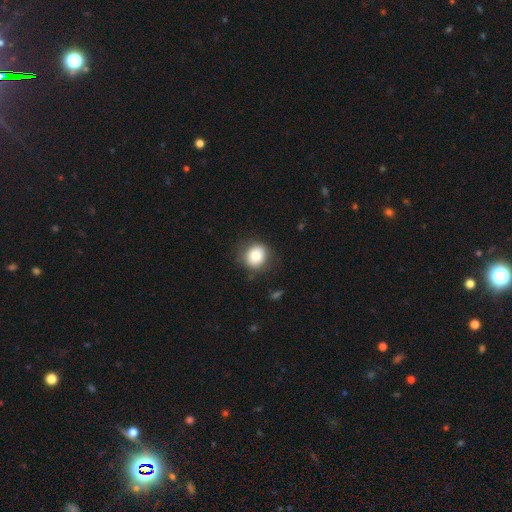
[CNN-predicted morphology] This is likely a smooth galaxy (78%). How rounded: clearly round (83%). Merging: clearly none (83%).